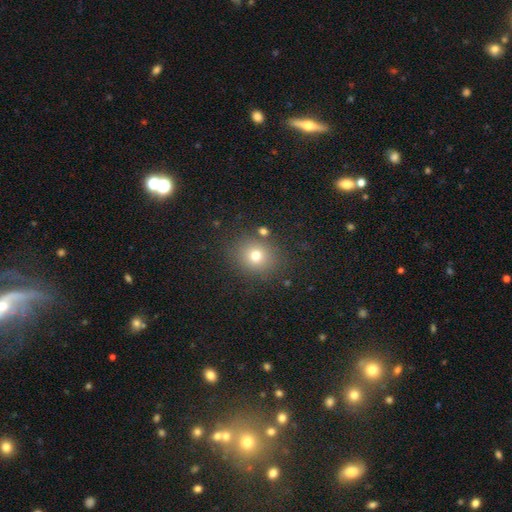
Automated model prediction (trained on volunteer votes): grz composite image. It shows a smooth galaxy with no disk features (72%) that is round (81%). Merging: none (83%).